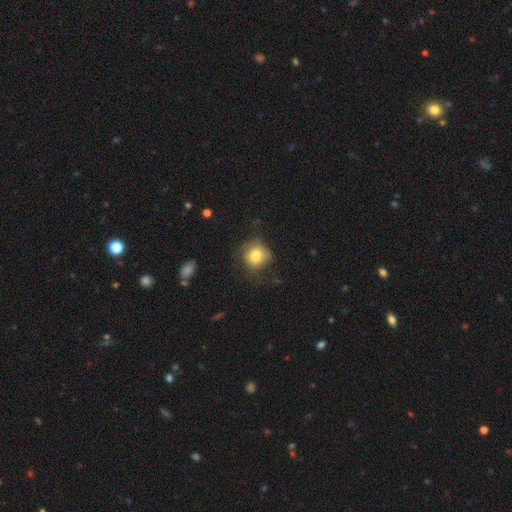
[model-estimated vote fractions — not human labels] This is likely a smooth galaxy (79%). How rounded: clearly round (80%). Merging: likely none (65%).